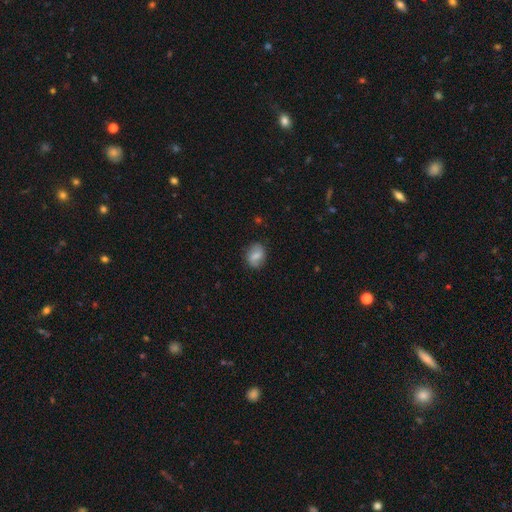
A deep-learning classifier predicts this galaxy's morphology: A smooth galaxy with no disk features (68%) that is in between round and cigar-shaped (54%). Merging: none (81%).